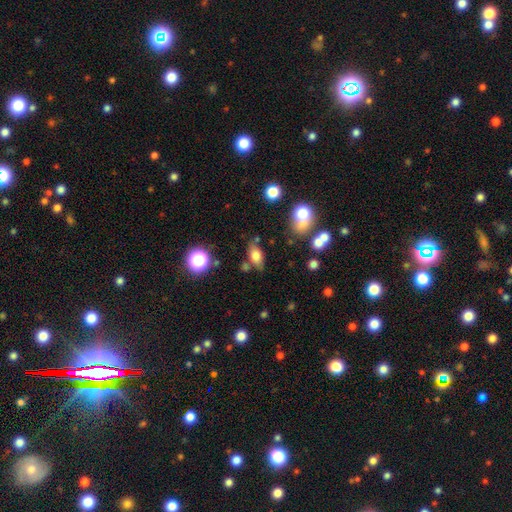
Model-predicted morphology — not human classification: Smooth or featured: smooth — 75% (featured or disk — 14%)
How rounded: in between — 83% (round — 10%)
Merging: none — 69% (minor disturbance — 16%)